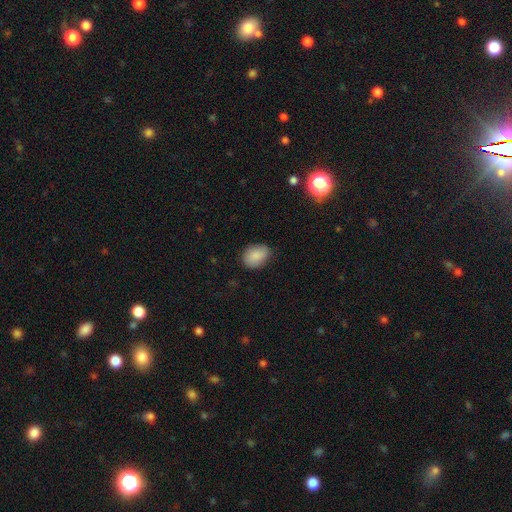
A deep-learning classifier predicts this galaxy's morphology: Smooth or featured? Predicted: smooth (p=0.87). How rounded? Predicted: in between (p=0.75). Merging? Predicted: none (p=0.77).